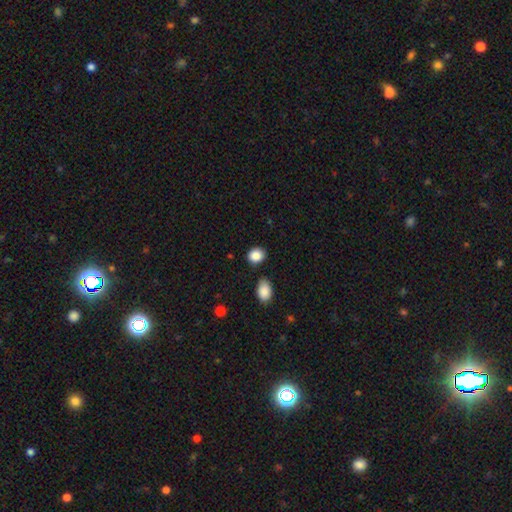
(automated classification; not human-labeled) The model was most divided on "how rounded": round: 58%, in between: 41%, cigar-shaped: 1%. More confident: smooth or featured — smooth (88%); merging — none (77%).